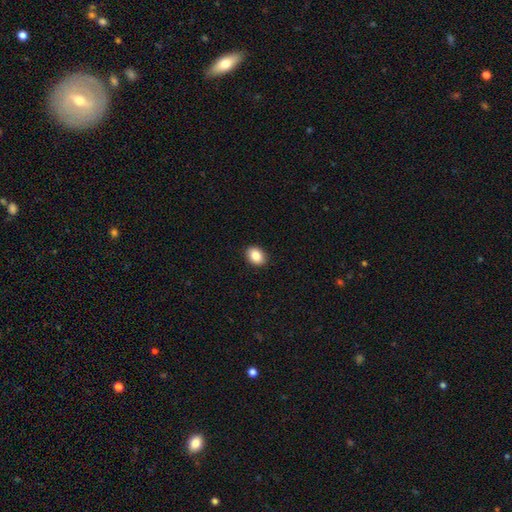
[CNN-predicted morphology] Q: Smooth or featured?
A: smooth (87%); runner-up: star or artifact (8%)
Q: How rounded?
A: in between (70%); runner-up: round (29%)
Q: Merging?
A: none (91%); runner-up: minor disturbance (7%)